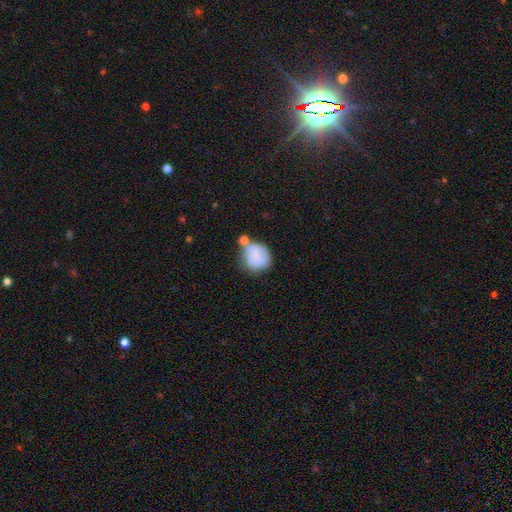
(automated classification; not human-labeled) smooth 64%, featured or disk 28%, star or artifact 8%. Down the decision tree: how rounded — round (70%); merging — none (43%).